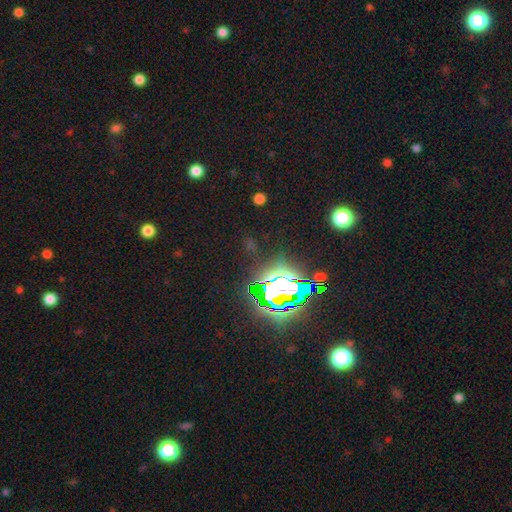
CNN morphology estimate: Smooth or featured: star or artifact — 80% (smooth — 12%)